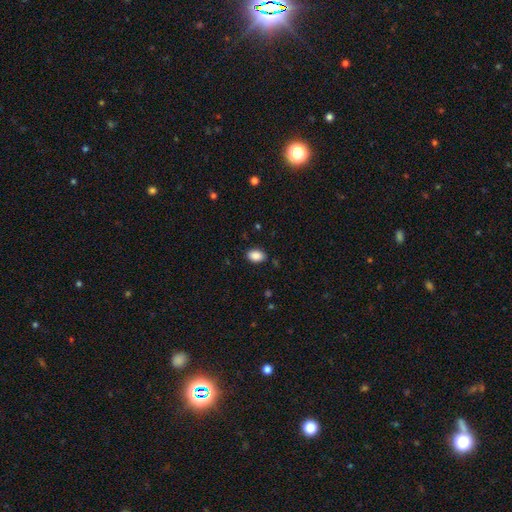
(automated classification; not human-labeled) Morphology: type=smooth (89%); roundness=in between (87%); merging=none (87%).